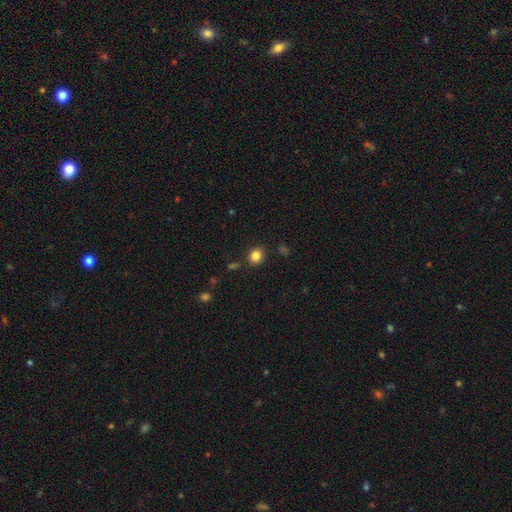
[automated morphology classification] This appears to be a smooth galaxy with no disk features (84%) that is round (71%). Merging: none (86%).